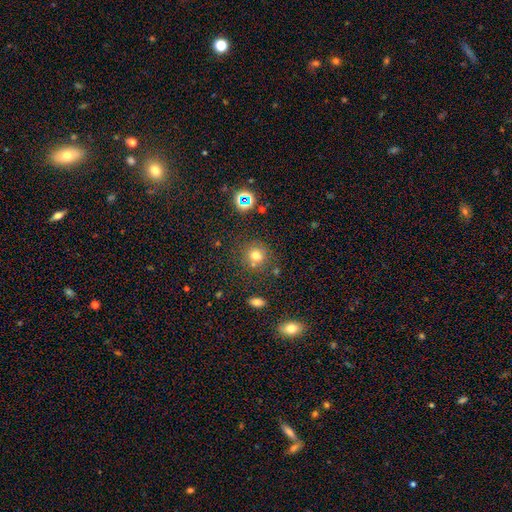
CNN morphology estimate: smooth 71%, star or artifact 18%, featured or disk 11%. Down the decision tree: how rounded — round (86%); merging — none (70%).